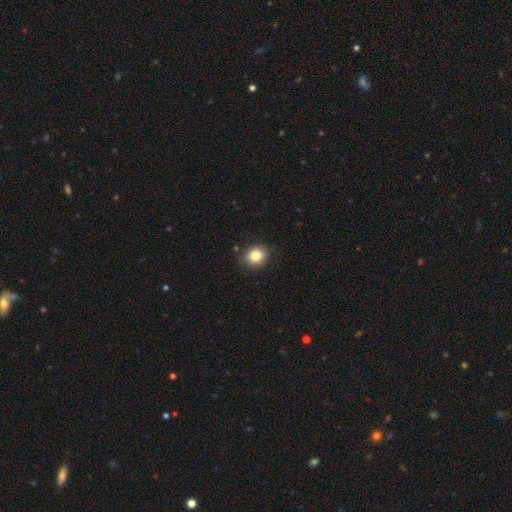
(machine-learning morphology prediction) This is clearly a smooth galaxy (84%). How rounded: likely round (71%). Merging: clearly none (87%).